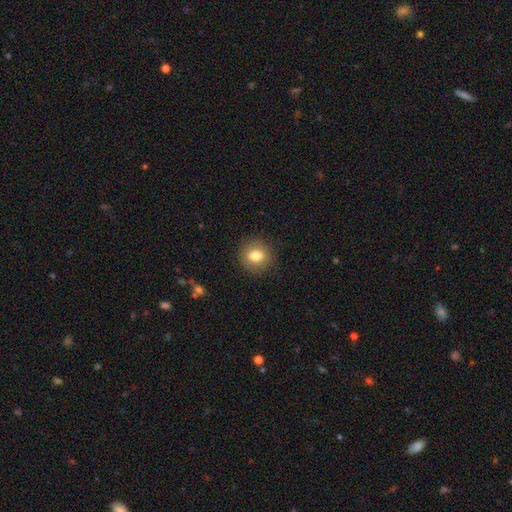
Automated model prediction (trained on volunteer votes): The model was most divided on "how rounded": round: 81%, in between: 18%, cigar-shaped: 1%. More confident: merging — none (89%); smooth or featured — smooth (80%).